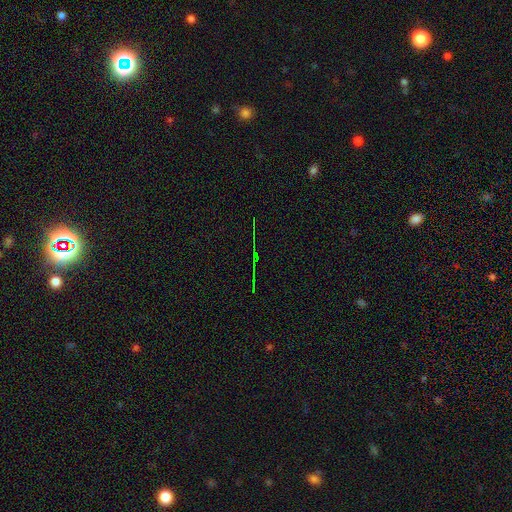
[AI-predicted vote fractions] Smooth or featured? Predicted: star or artifact (p=0.78).